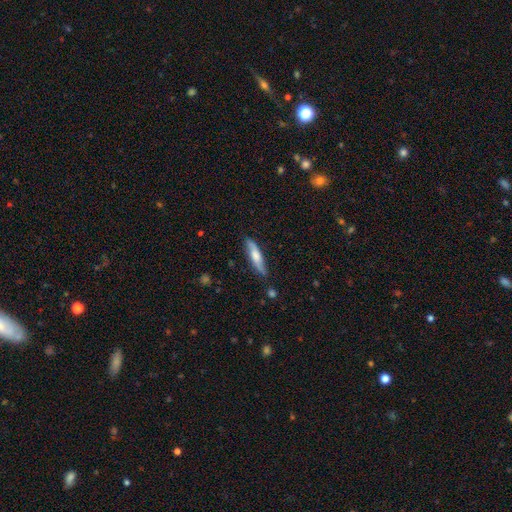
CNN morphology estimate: This is possibly a smooth galaxy (60%). How rounded: likely cigar-shaped (75%). Merging: likely none (79%).